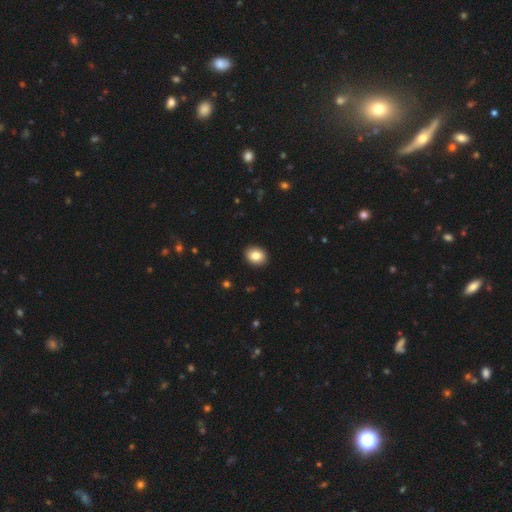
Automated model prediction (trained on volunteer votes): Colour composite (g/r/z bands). It shows a smooth galaxy with no disk features (85%) that is round (50%). Merging: none (92%).